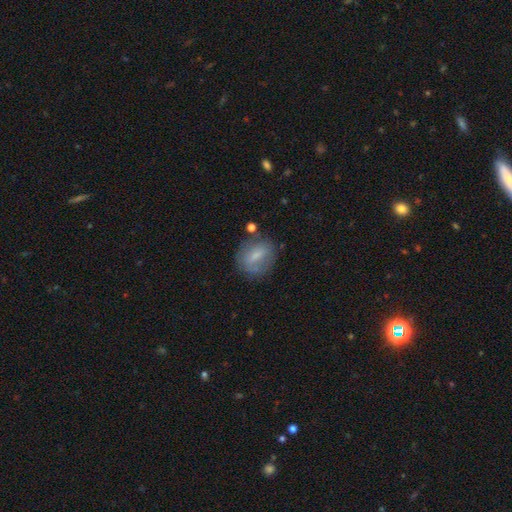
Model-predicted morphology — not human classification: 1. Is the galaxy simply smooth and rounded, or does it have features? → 62% smooth, 30% featured or disk, 9% star or artifact.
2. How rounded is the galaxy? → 50% round, 47% in between, 4% cigar-shaped.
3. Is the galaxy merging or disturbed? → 68% none, 20% minor disturbance, 8% major disturbance, 5% merger.